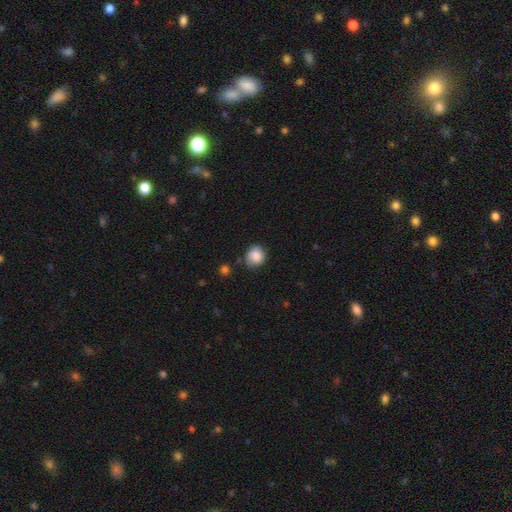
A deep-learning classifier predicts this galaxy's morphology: Q: Smooth or featured?
A: smooth (85%); runner-up: star or artifact (8%)
Q: How rounded?
A: round (76%); runner-up: in between (23%)
Q: Merging?
A: none (73%); runner-up: minor disturbance (20%)